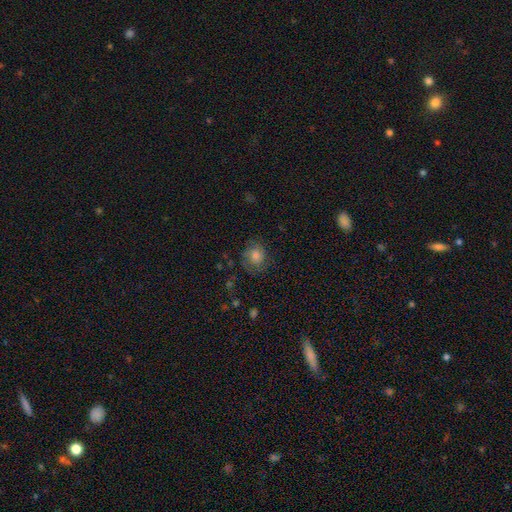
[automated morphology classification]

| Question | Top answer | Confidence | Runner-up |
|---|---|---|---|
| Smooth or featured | smooth | 63% | featured or disk (25%) |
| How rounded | round | 78% | in between (21%) |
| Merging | none | 71% | minor disturbance (18%) |